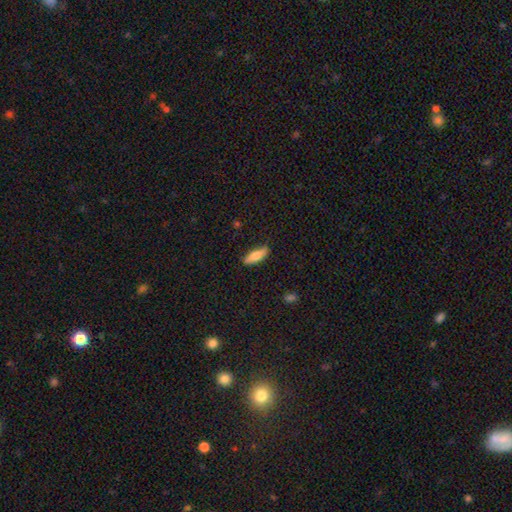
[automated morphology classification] This appears to be a smooth galaxy with no disk features (76%) that is in between round and cigar-shaped (63%). Merging: none (73%).